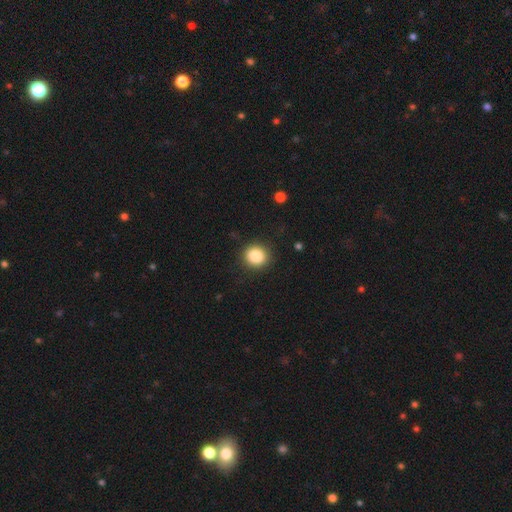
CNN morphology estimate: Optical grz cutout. It shows a smooth galaxy with no disk features (86%) that is round (84%). Merging: none (89%).